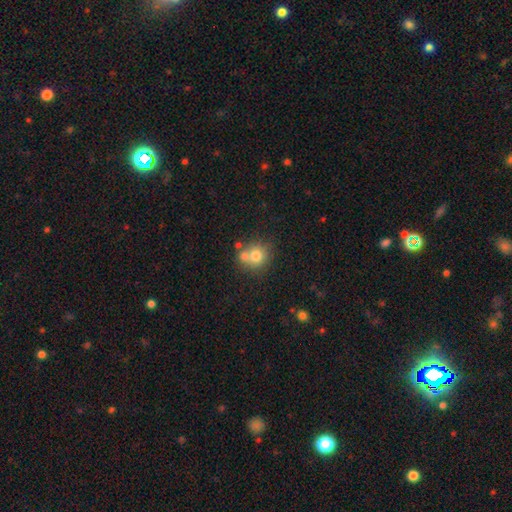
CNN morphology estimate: Smooth or featured?
  - smooth: 73% *
  - featured or disk: 15%
  - star or artifact: 12%
How rounded?
  - round: 85% *
  - in between: 14%
  - cigar-shaped: 1%
Merging?
  - none: 49% *
  - merger: 37%
  - minor disturbance: 11%
  - major disturbance: 4%